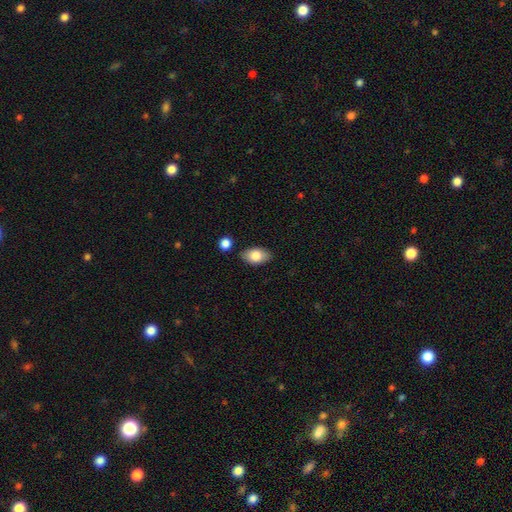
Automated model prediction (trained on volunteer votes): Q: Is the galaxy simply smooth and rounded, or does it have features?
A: smooth — 82%.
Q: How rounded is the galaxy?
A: in between — 92%.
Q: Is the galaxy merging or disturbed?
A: none — 83%.